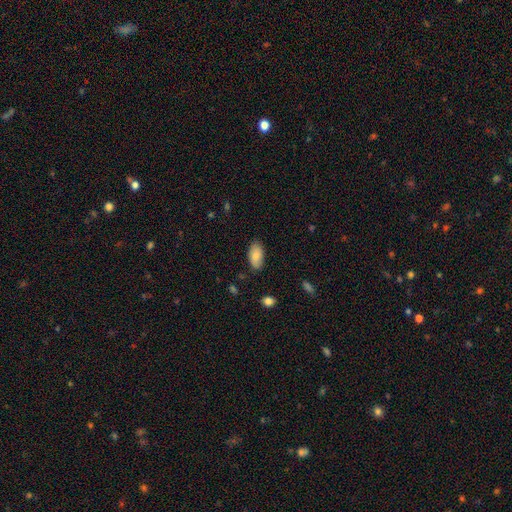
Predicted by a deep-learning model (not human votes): Overall: smooth (82%). How rounded: in between (94%). Merging: none (81%).